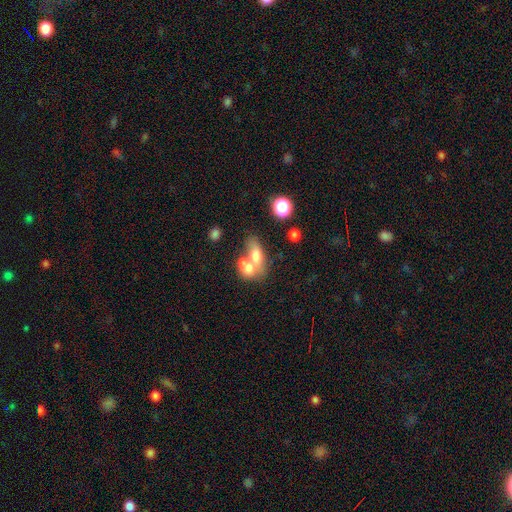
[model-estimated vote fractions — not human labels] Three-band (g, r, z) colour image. It shows a smooth galaxy with no disk features (67%) that is in between round and cigar-shaped (76%). Merging: merger (66%).